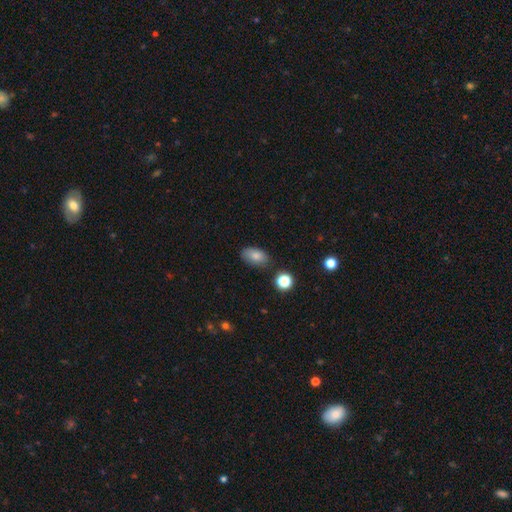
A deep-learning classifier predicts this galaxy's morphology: The model was most divided on "merging": none: 75%, minor disturbance: 18%, major disturbance: 4%, merger: 3%. More confident: how rounded — in between (89%); smooth or featured — smooth (82%).